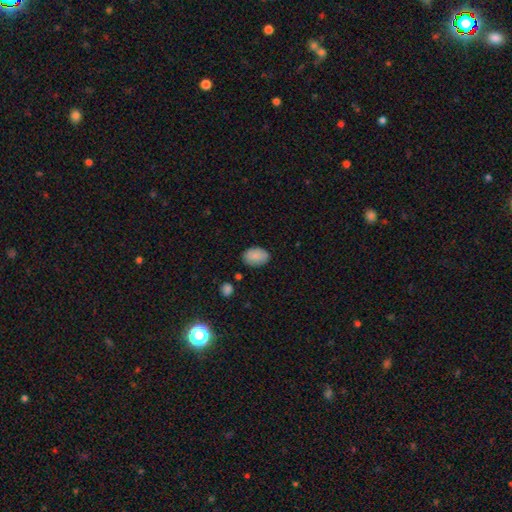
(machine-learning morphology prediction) This is clearly a smooth galaxy (86%). How rounded: clearly in between (86%). Merging: clearly none (82%).